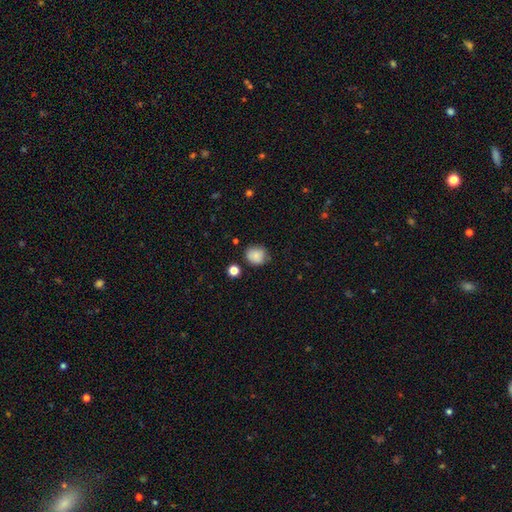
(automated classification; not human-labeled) Smooth or featured? smooth (84%)
How rounded? round (76%)
Merging? none (74%)